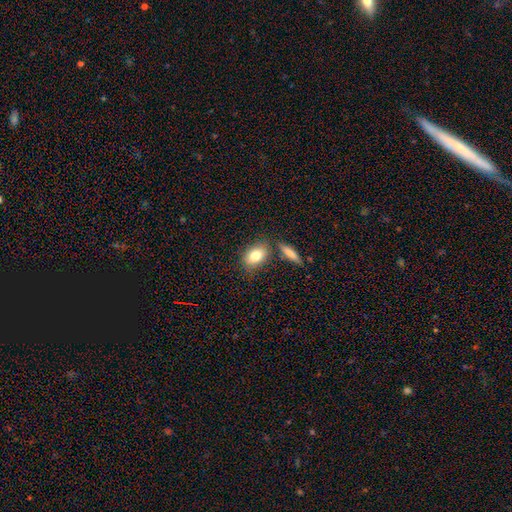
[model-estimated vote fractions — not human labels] Smooth or featured: smooth — 79% (featured or disk — 13%)
How rounded: in between — 82% (round — 14%)
Merging: none — 70% (merger — 13%)